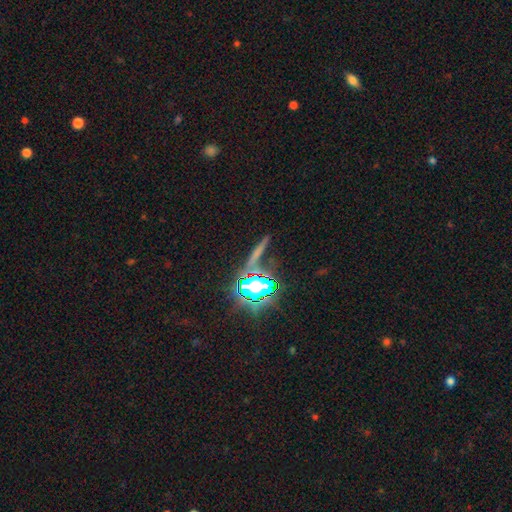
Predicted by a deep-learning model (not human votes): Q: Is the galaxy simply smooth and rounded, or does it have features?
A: star or artifact — 43%.